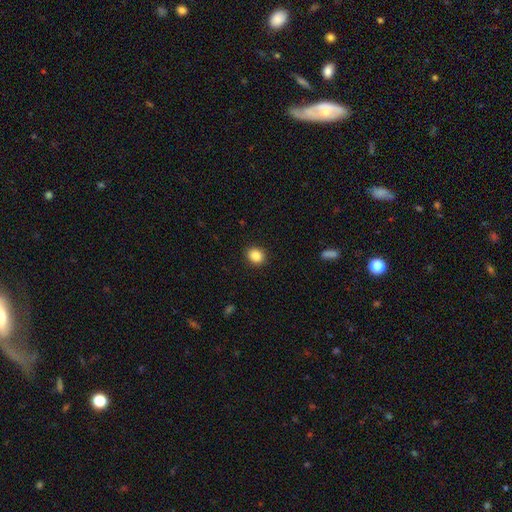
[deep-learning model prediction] Smooth or featured: smooth — 87% (star or artifact — 9%)
How rounded: round — 64% (in between — 36%)
Merging: none — 91% (minor disturbance — 6%)